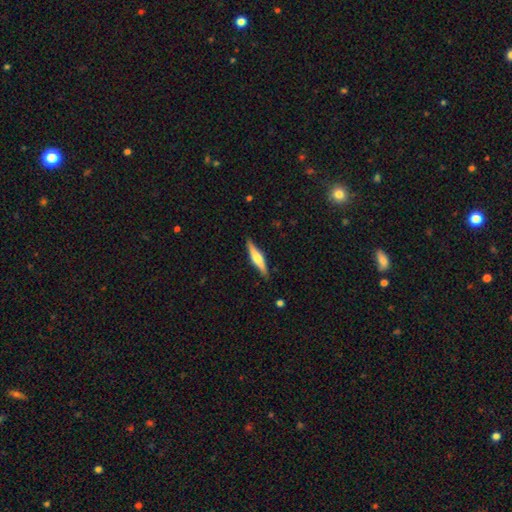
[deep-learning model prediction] Smooth or featured? Predicted: featured or disk (p=0.62). Edge-on disk? Predicted: yes (p=0.97). Edge-on bulge? Predicted: rounded (p=0.83). Merging? Predicted: none (p=0.89).